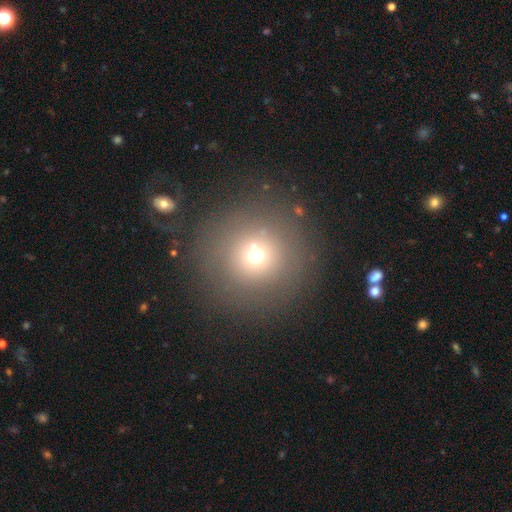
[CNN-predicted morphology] type=smooth (65%); roundness=round (95%); merging=none (80%).